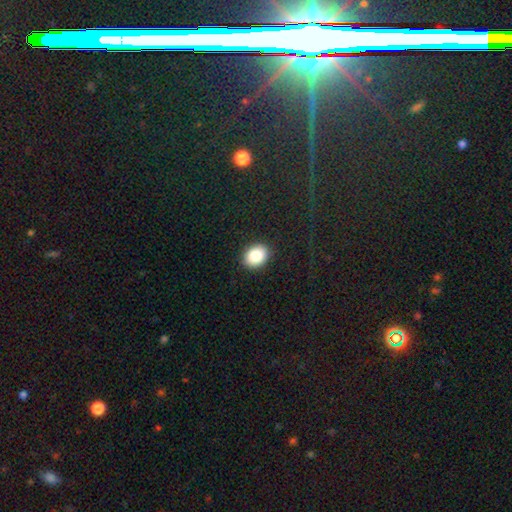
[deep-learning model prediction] Smooth or featured? Predicted: smooth (p=0.87). How rounded? Predicted: in between (p=0.59). Merging? Predicted: none (p=0.90).